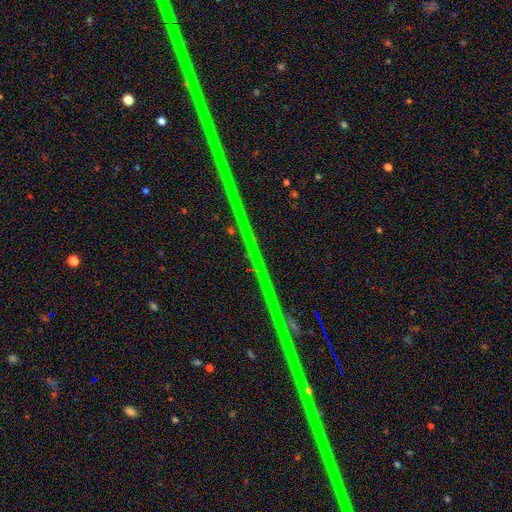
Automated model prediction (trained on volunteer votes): The model was most divided on "smooth or featured": star or artifact: 82%, featured or disk: 12%, smooth: 6%.